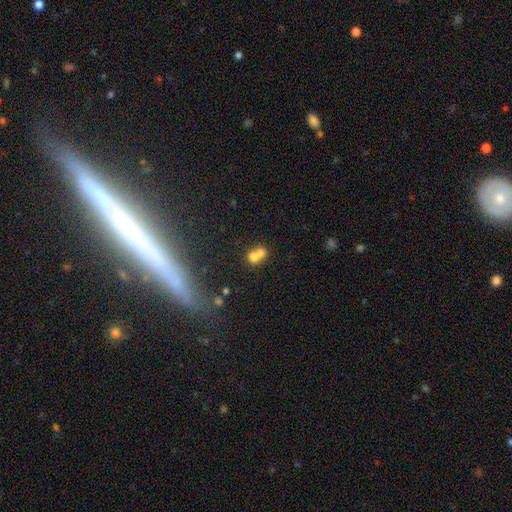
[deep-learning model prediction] The model was most divided on "how rounded": round: 65%, in between: 33%, cigar-shaped: 1%. More confident: merging — merger (68%); smooth or featured — smooth (68%).